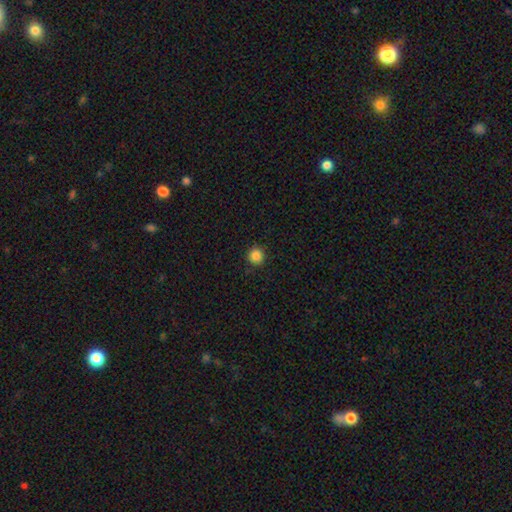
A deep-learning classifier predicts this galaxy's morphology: Smooth or featured? Predicted: smooth (p=0.86). How rounded? Predicted: round (p=0.95). Merging? Predicted: none (p=0.91).